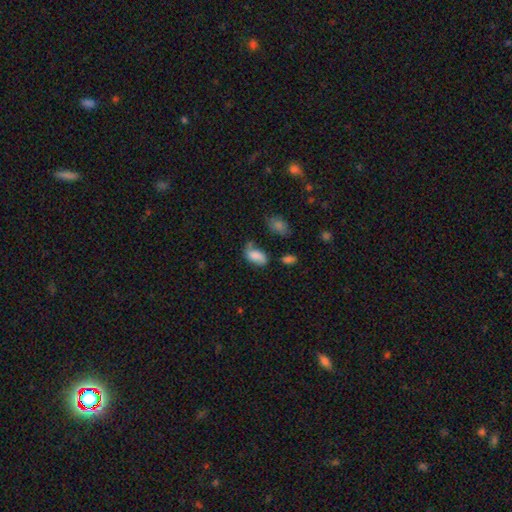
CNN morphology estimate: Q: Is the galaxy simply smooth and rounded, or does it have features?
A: smooth — 74%.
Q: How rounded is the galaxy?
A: in between — 91%.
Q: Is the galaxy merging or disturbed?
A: none — 45%.